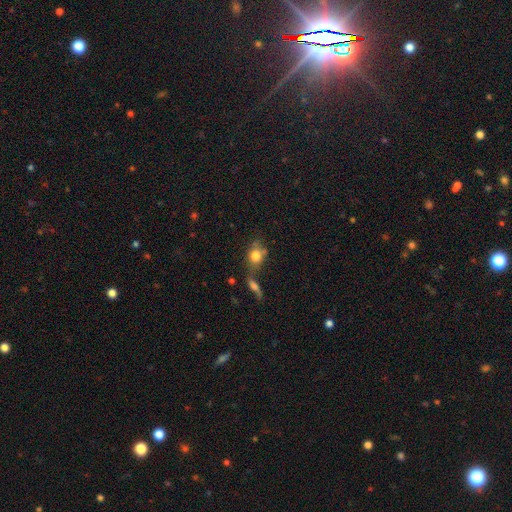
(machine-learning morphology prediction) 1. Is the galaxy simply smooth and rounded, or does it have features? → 76% smooth, 14% featured or disk, 10% star or artifact.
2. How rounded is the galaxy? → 49% in between, 48% round, 3% cigar-shaped.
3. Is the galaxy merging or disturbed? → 44% none, 32% merger, 16% minor disturbance, 9% major disturbance.